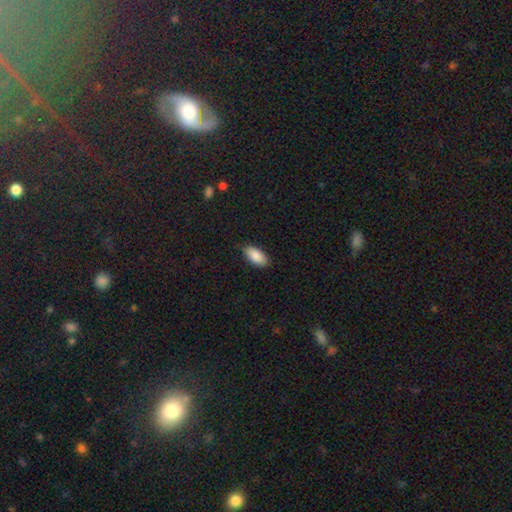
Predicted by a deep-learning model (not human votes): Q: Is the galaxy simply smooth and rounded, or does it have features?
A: smooth — 87%.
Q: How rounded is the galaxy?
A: in between — 92%.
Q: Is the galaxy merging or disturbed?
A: none — 83%.